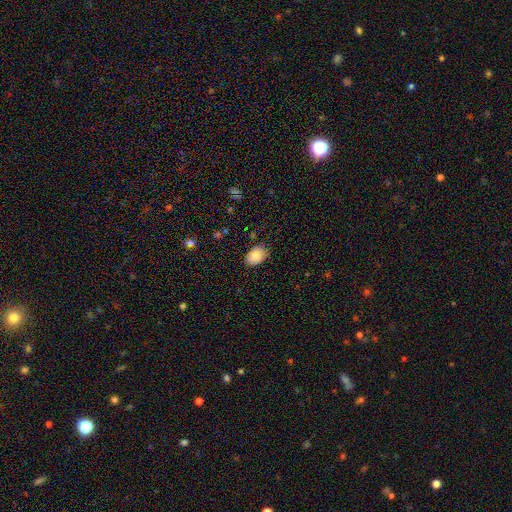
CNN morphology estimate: smooth_or_featured: smooth (p=0.84) [alt: featured or disk p=0.09]
how_rounded: in between (p=0.81) [alt: round p=0.18]
merging: none (p=0.81) [alt: minor disturbance p=0.15]